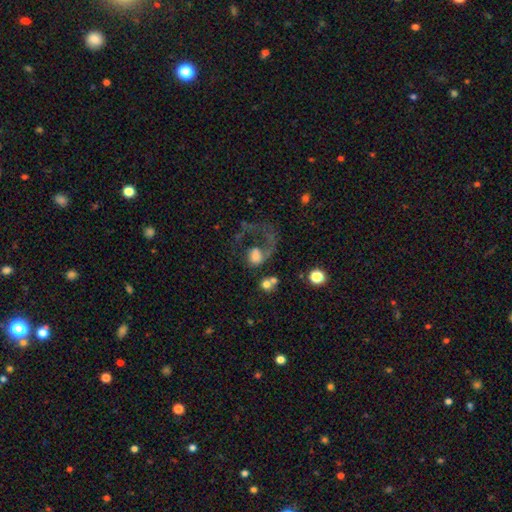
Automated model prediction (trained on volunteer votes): A smooth galaxy with no disk features (47%). Merging: major disturbance (55%).